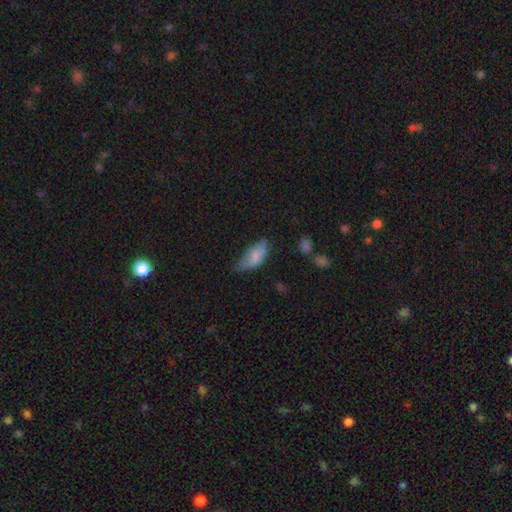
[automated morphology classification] A smooth galaxy with no disk features (73%) that is in between round and cigar-shaped (88%).

Vote fractions:
- Smooth or featured? smooth: 73% / featured or disk: 20% / star or artifact: 7%
- How rounded? in between: 88% / cigar-shaped: 10% / round: 3%
- Merging? minor disturbance: 40% / none: 39% / major disturbance: 17% / merger: 4%